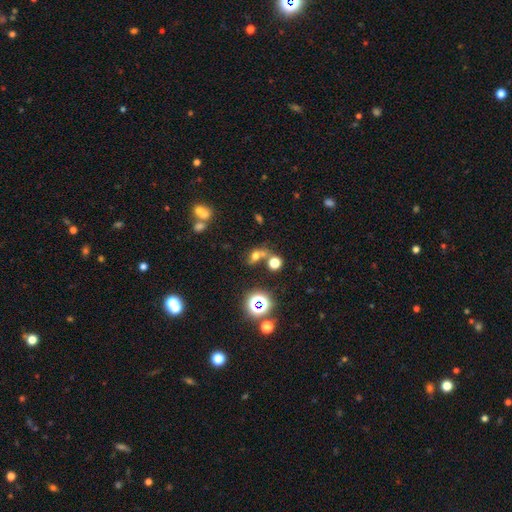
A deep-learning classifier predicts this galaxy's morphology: smooth_or_featured: smooth (p=0.58) [alt: star or artifact p=0.29]
how_rounded: in between (p=0.51) [alt: round p=0.46]
merging: none (p=0.44) [alt: merger p=0.37]